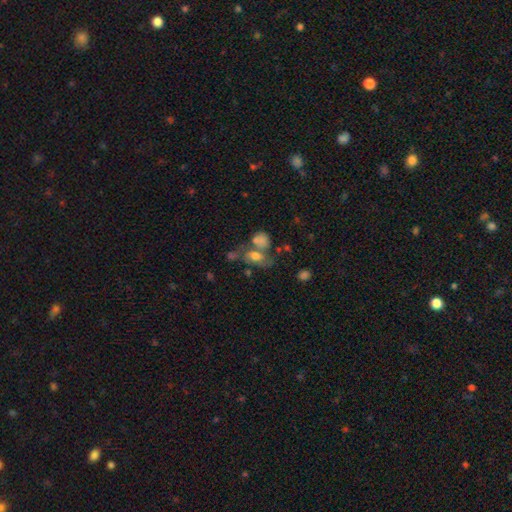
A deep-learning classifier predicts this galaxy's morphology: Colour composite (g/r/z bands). It shows a star or artifact, not a galaxy (38%).